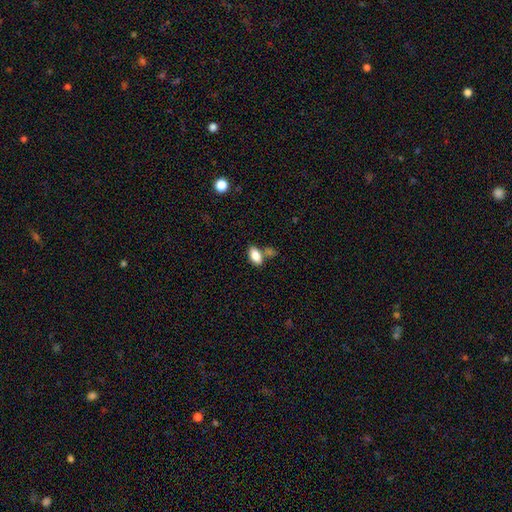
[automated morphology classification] smooth_or_featured: smooth (p=0.84) [alt: featured or disk p=0.08]
how_rounded: in between (p=0.91) [alt: round p=0.05]
merging: none (p=0.62) [alt: merger p=0.19]